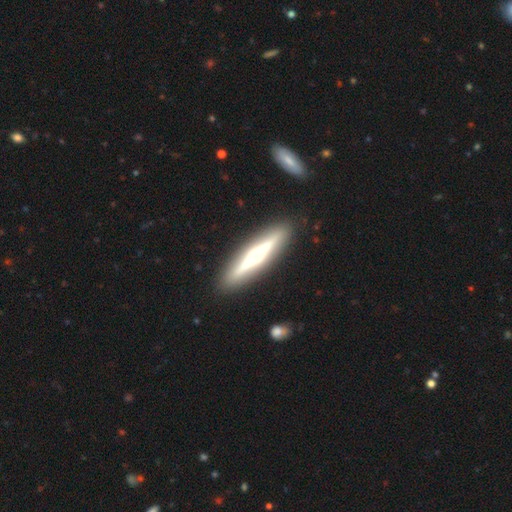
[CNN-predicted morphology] Smooth or featured? Predicted: featured or disk (p=0.75). Edge-on disk? Predicted: yes (p=0.96). Edge-on bulge? Predicted: rounded (p=0.93). Merging? Predicted: none (p=0.90).